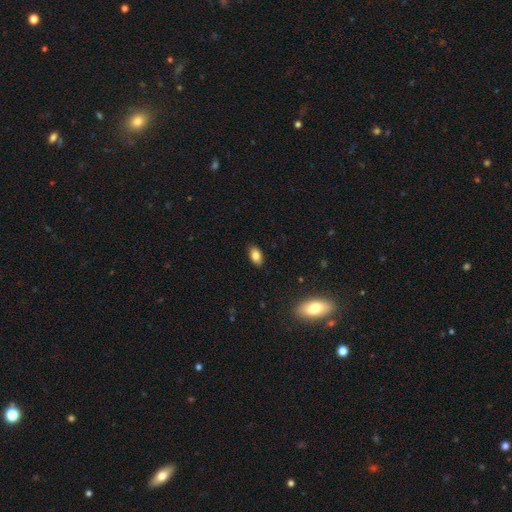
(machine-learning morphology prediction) This appears to be a smooth galaxy with no disk features (82%) that is in between round and cigar-shaped (90%). Merging: none (87%).